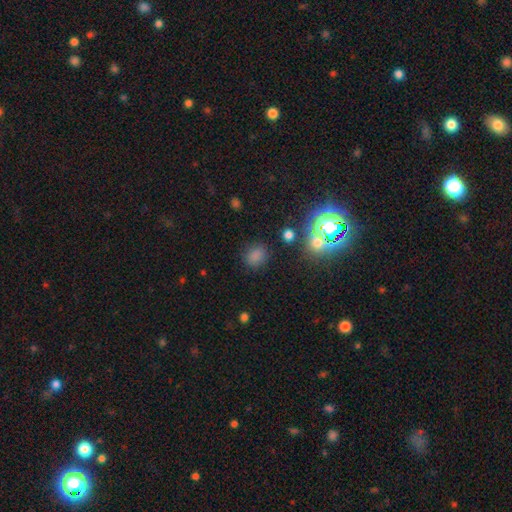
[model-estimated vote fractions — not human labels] A smooth galaxy with no disk features (75%) that is round (62%). Merging: none (82%).